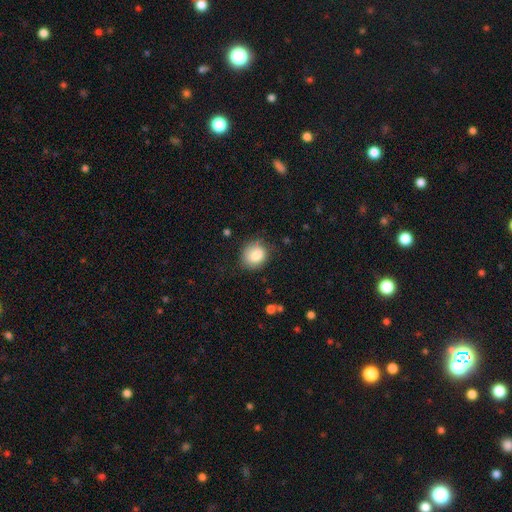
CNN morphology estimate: Smooth or featured? Predicted: smooth (p=0.83). How rounded? Predicted: round (p=0.72). Merging? Predicted: none (p=0.72).